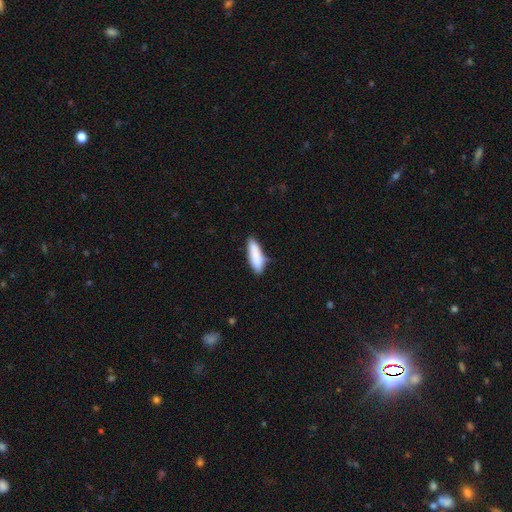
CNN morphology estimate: Smooth or featured: smooth — 86% (featured or disk — 8%)
How rounded: cigar-shaped — 53% (in between — 46%)
Merging: none — 73% (minor disturbance — 21%)